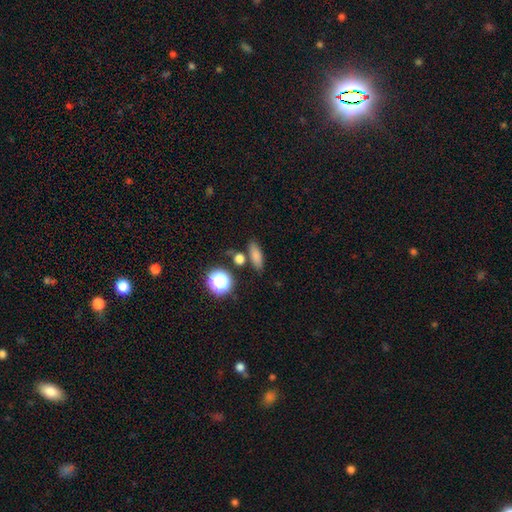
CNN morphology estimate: Smooth or featured? smooth (78%)
How rounded? in between (56%)
Merging? none (77%)